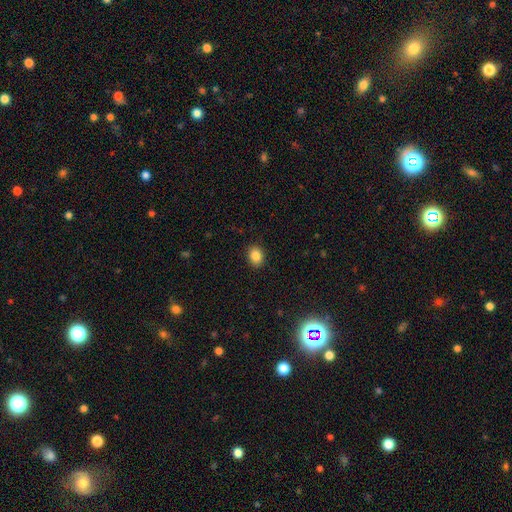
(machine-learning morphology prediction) The model was most divided on "how rounded": in between: 53%, round: 46%, cigar-shaped: 1%. More confident: merging — none (90%); smooth or featured — smooth (86%).